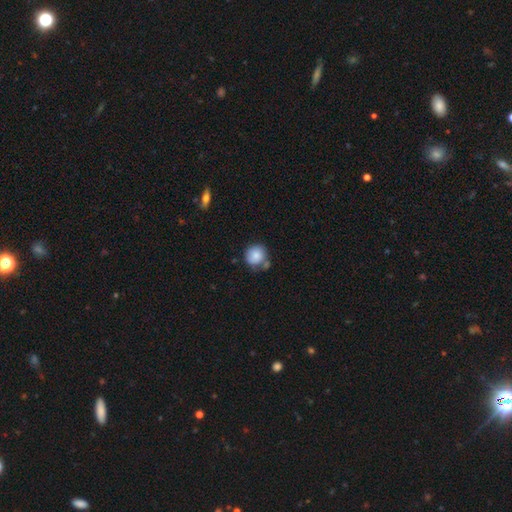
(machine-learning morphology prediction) smooth_or_featured: smooth (p=0.82) [alt: featured or disk p=0.10]
how_rounded: round (p=0.88) [alt: in between p=0.11]
merging: none (p=0.57) [alt: minor disturbance p=0.20]